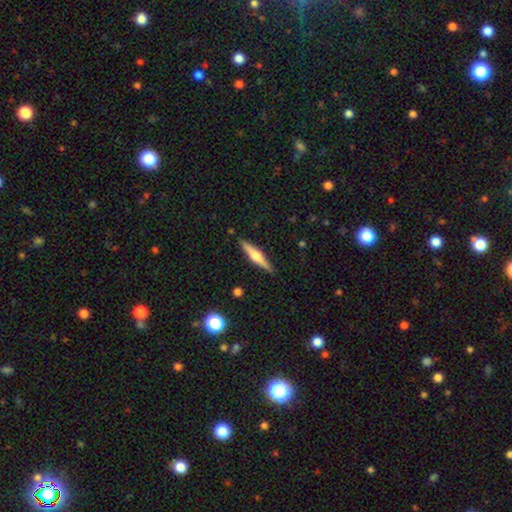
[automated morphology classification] Overall: featured or disk (65%; smooth 29%). Edge-on disk: yes (97%). Edge-on bulge: rounded (90%). Merging: none (90%).